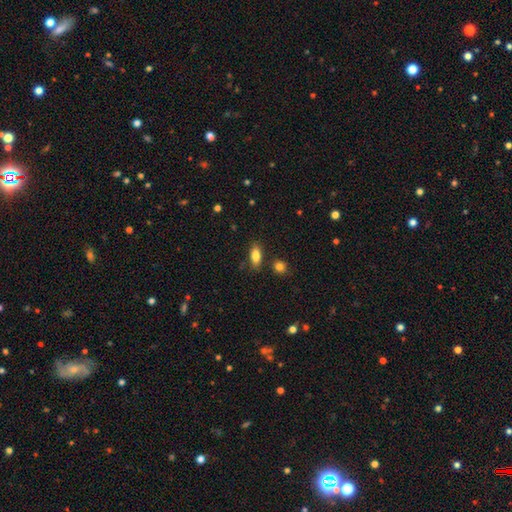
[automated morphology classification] The model was most divided on "merging": none: 81%, minor disturbance: 12%, merger: 4%, major disturbance: 3%. More confident: how rounded — in between (85%); smooth or featured — smooth (84%).